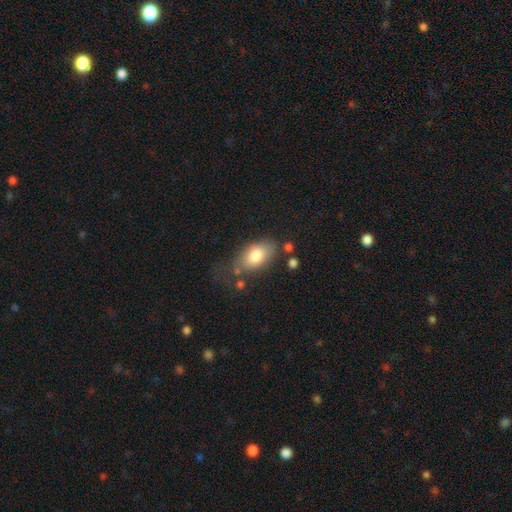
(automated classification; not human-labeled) Overall: smooth (79%). How rounded: in between (90%). Merging: none (61%; minor disturbance 22%).